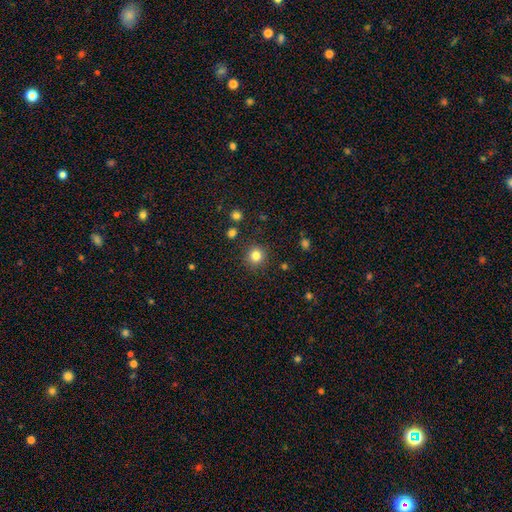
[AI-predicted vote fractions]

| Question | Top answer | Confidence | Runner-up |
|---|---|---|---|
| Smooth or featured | smooth | 82% | star or artifact (12%) |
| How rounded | round | 94% | in between (5%) |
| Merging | none | 90% | minor disturbance (6%) |